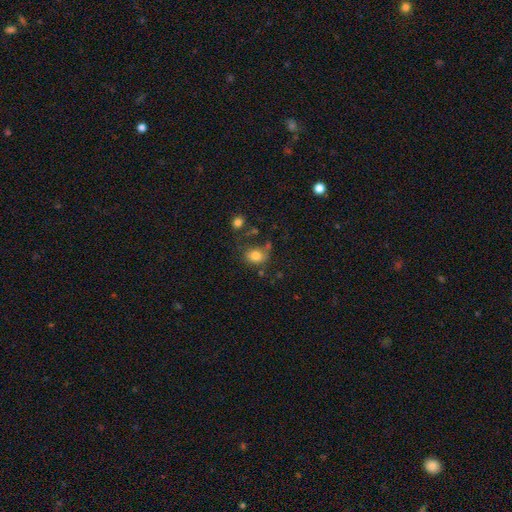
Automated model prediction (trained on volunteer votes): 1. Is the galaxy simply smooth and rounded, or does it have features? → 79% smooth, 11% star or artifact, 11% featured or disk.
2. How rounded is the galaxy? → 58% round, 41% in between, 1% cigar-shaped.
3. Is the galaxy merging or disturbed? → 52% none, 25% minor disturbance, 14% major disturbance, 10% merger.